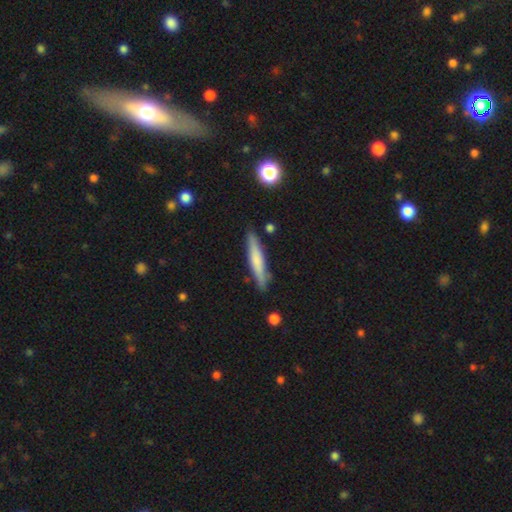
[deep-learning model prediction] This is likely a smooth galaxy (60%). How rounded: clearly cigar-shaped (92%). Merging: clearly none (86%).